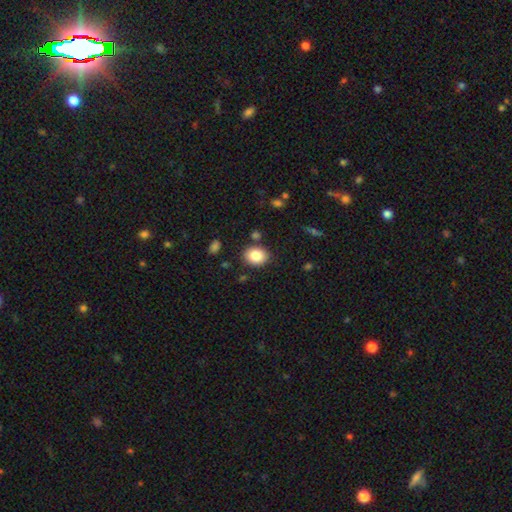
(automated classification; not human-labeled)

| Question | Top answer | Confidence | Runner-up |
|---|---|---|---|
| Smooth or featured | smooth | 85% | star or artifact (8%) |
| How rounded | in between | 52% | round (47%) |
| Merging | none | 83% | minor disturbance (10%) |